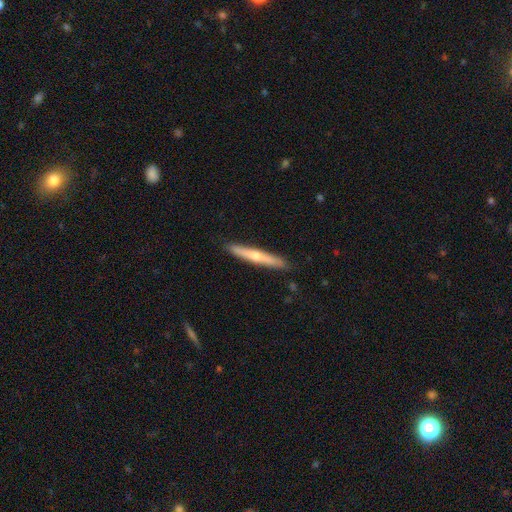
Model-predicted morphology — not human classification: This appears to be a smooth galaxy with no disk features (48%). Merging: none (90%).